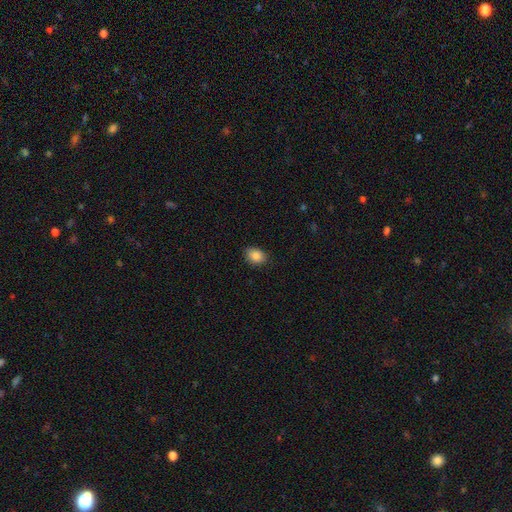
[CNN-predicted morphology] This appears to be a smooth galaxy with no disk features (86%) that is in between round and cigar-shaped (66%). Merging: none (84%).